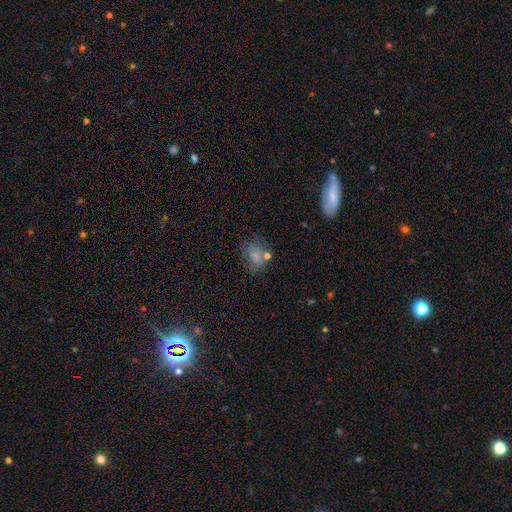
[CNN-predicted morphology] Q: Smooth or featured?
A: smooth (72%); runner-up: featured or disk (16%)
Q: How rounded?
A: in between (55%); runner-up: round (43%)
Q: Merging?
A: none (52%); runner-up: minor disturbance (21%)